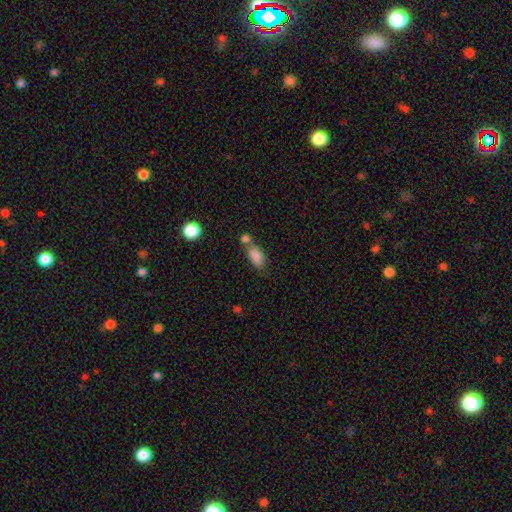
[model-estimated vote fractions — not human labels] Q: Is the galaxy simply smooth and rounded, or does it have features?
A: smooth — 86%.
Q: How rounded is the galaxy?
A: in between — 89%.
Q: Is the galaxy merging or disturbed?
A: none — 43%.